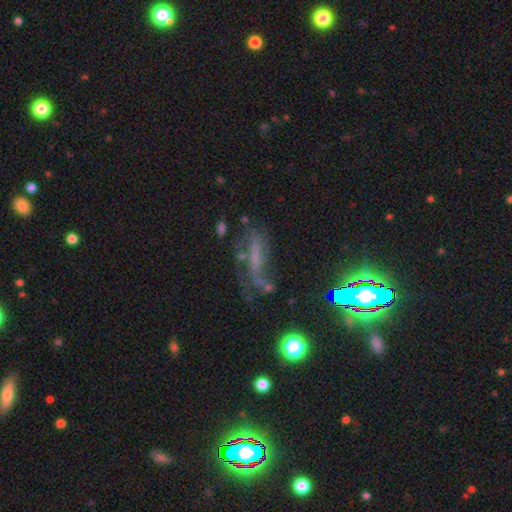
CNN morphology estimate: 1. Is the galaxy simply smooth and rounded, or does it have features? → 43% featured or disk, 31% smooth, 27% star or artifact.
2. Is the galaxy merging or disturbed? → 42% none, 26% major disturbance, 23% minor disturbance, 8% merger.